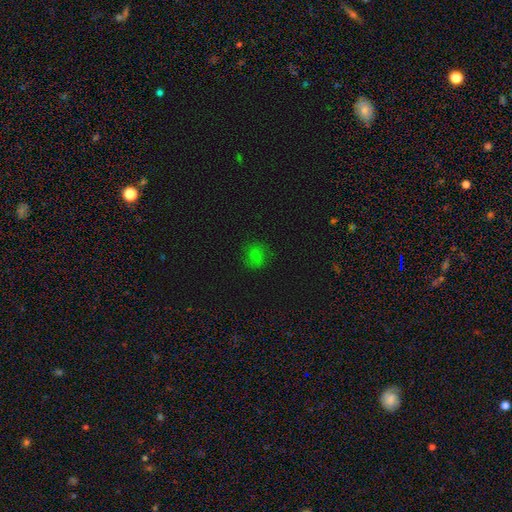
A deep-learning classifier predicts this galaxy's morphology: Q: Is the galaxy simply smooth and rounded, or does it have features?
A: smooth — 71%.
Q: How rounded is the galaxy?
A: round — 71%.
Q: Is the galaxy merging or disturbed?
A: none — 76%.